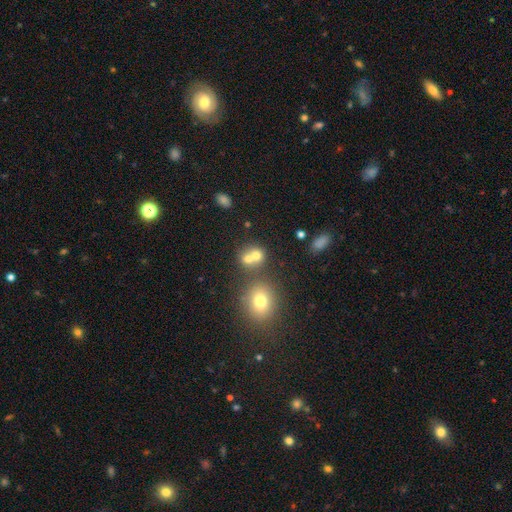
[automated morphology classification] This is likely a smooth galaxy (69%). How rounded: likely round (78%). Merging: possibly merger (51%).